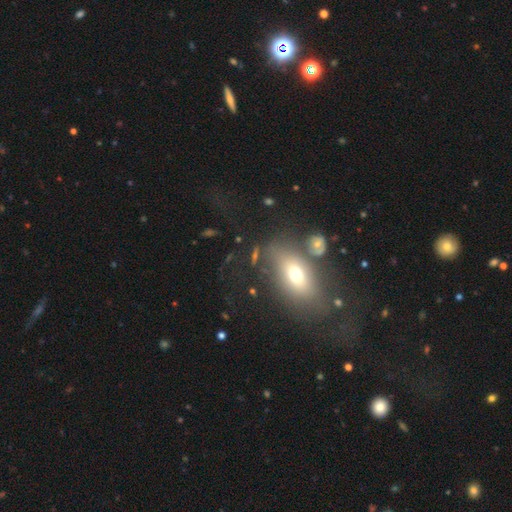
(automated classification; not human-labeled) Morphology: type=smooth (57%); roundness=in between (75%); merging=none (52%).